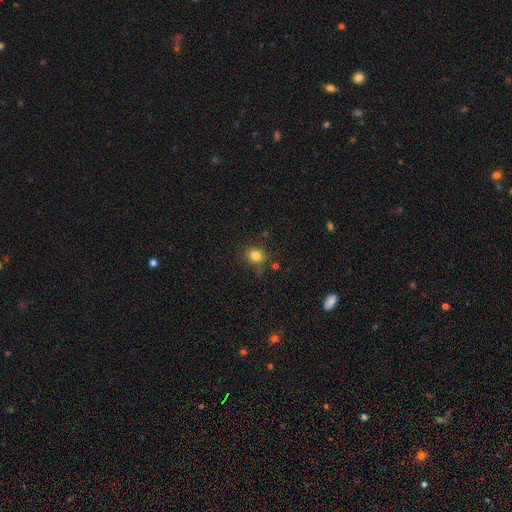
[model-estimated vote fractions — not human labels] Morphology: type=smooth (81%); roundness=round (68%); merging=none (78%).